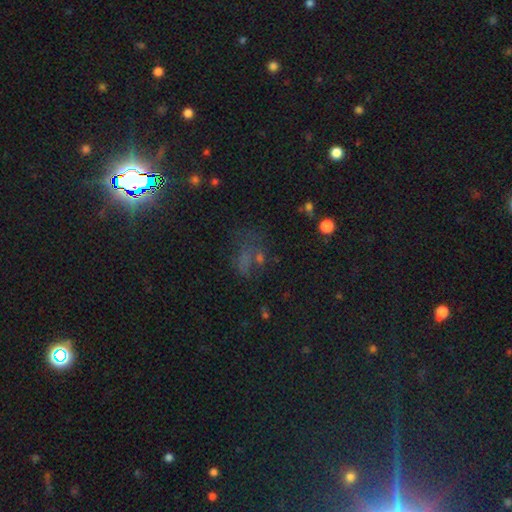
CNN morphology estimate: Smooth or featured?
  - star or artifact: 50% *
  - smooth: 32%
  - featured or disk: 18%